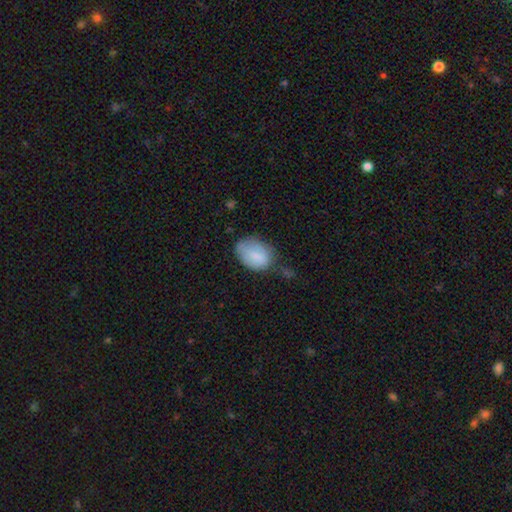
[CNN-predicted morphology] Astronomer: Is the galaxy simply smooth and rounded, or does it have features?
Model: smooth — 81%.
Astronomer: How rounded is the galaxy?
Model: in between — 80%.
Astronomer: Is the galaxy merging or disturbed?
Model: none — 49% (runner-up: minor disturbance, 34%).